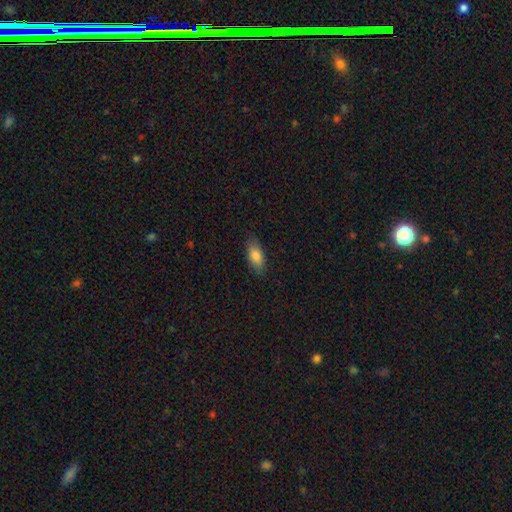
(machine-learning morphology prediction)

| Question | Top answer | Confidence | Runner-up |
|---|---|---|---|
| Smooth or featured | smooth | 83% | featured or disk (10%) |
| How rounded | in between | 88% | cigar-shaped (9%) |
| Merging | none | 84% | minor disturbance (13%) |